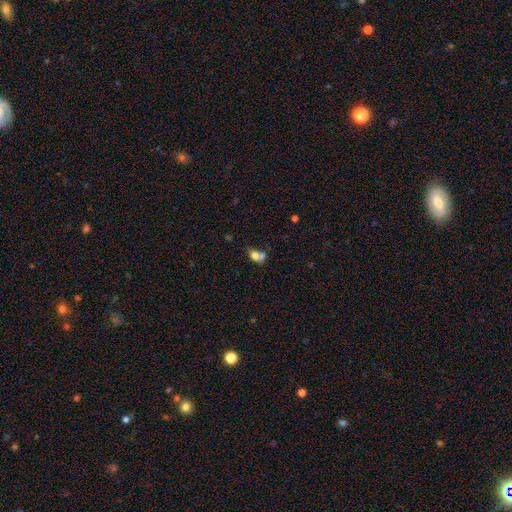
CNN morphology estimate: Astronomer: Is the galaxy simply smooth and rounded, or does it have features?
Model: smooth — 72%.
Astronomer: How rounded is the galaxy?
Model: in between — 58% (runner-up: round, 40%).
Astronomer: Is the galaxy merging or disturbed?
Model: merger — 53%.